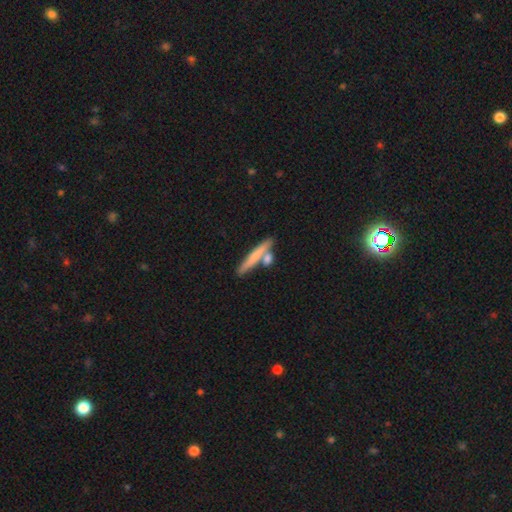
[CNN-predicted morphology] smooth-or-featured: smooth: 62% | featured or disk: 31% | star or artifact: 6%
  how-rounded: cigar-shaped: 89% | in between: 8% | round: 3%
  merging: none: 62% | merger: 23% | minor disturbance: 11% | major disturbance: 4%